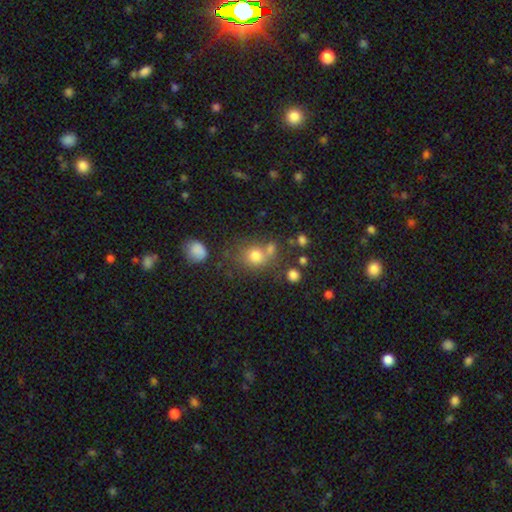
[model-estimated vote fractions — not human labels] smooth 75%, star or artifact 15%, featured or disk 11%. Down the decision tree: how rounded — round (75%); merging — none (54%).